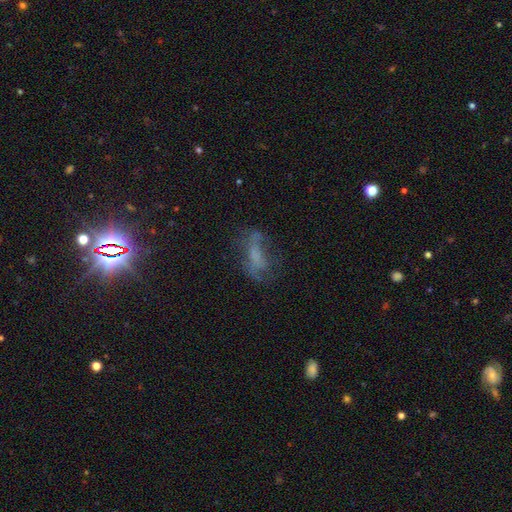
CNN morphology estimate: smooth-or-featured: featured or disk: 42% | smooth: 37% | star or artifact: 21%
  merging: none: 47% | major disturbance: 27% | minor disturbance: 22% | merger: 4%